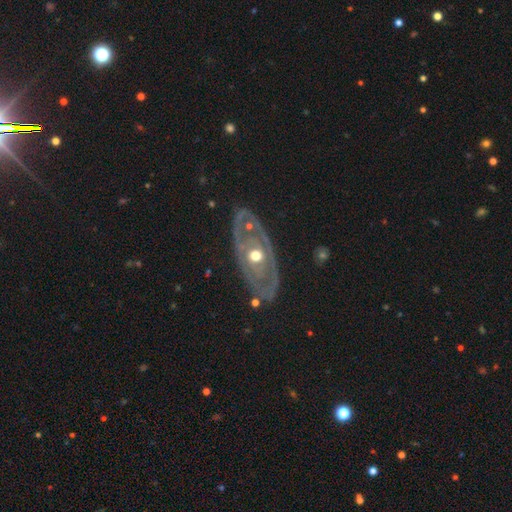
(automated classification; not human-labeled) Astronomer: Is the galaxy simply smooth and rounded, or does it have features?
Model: featured or disk — 78%.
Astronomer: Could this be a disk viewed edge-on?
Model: no — 89%.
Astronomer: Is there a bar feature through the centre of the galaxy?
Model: no — 88%.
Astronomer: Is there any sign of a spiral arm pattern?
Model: no — 61% (runner-up: yes, 39%).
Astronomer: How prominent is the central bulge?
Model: moderate — 77%.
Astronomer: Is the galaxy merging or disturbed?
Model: none — 76%.